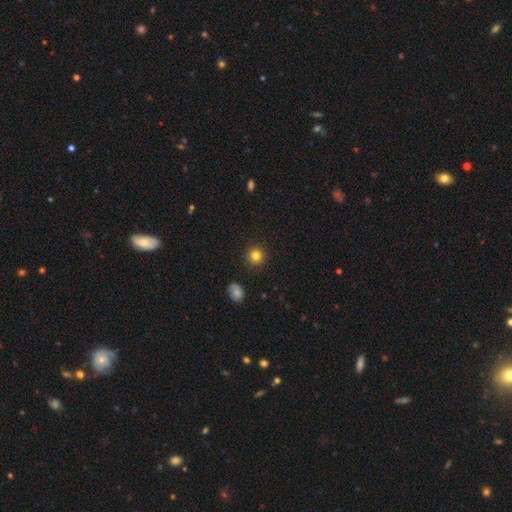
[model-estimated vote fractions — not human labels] This is clearly a smooth galaxy (82%). How rounded: clearly round (94%). Merging: clearly none (92%).